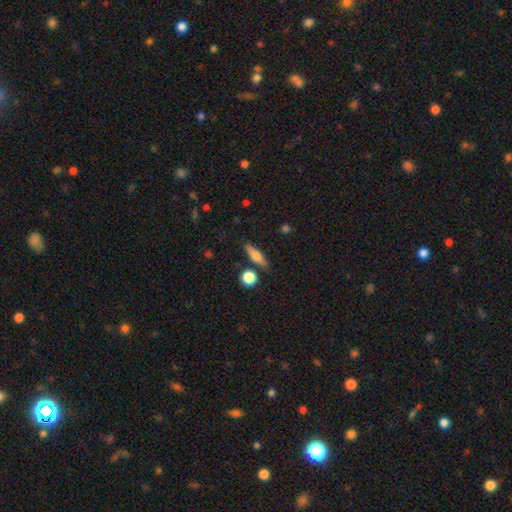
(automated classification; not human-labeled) Smooth or featured? Predicted: smooth (p=0.57). How rounded? Predicted: cigar-shaped (p=0.63). Merging? Predicted: none (p=0.82).